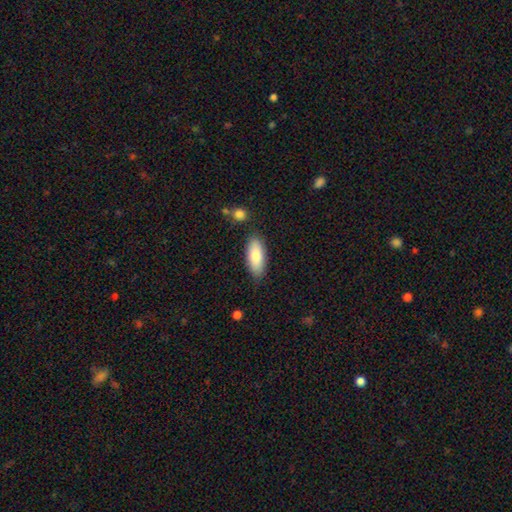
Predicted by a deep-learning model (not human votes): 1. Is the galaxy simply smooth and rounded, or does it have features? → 83% smooth, 11% featured or disk, 6% star or artifact.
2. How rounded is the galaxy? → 79% in between, 19% cigar-shaped, 2% round.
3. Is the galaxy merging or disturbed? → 81% none, 14% minor disturbance, 3% merger, 3% major disturbance.